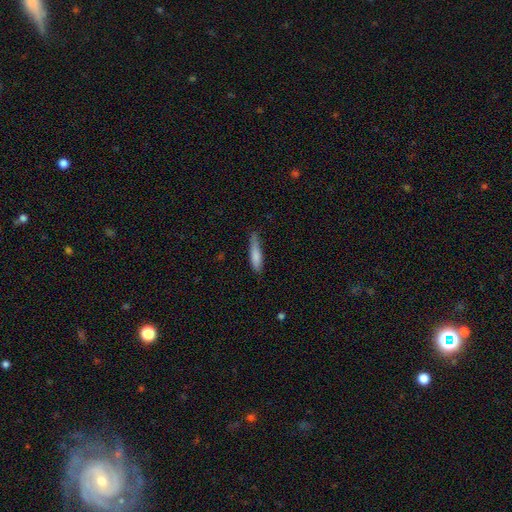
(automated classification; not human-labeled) Smooth or featured? Predicted: smooth (p=0.79). How rounded? Predicted: cigar-shaped (p=0.81). Merging? Predicted: none (p=0.61).